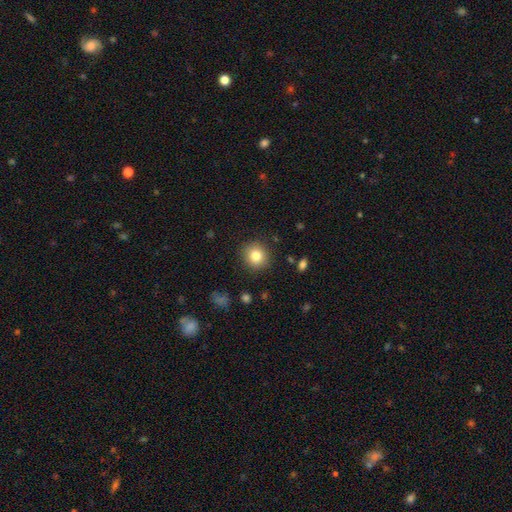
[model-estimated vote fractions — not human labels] A smooth galaxy with no disk features (82%) that is round (88%). Merging: none (88%).